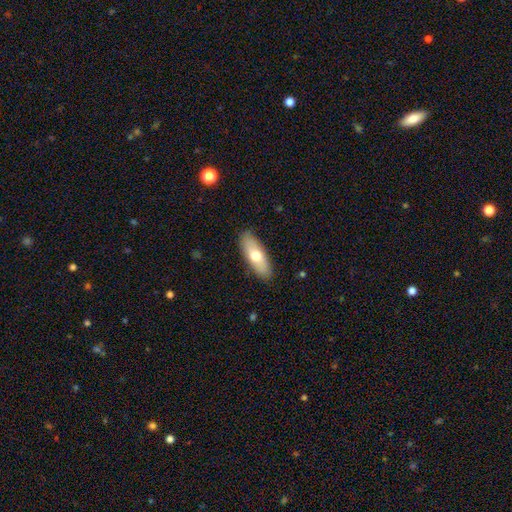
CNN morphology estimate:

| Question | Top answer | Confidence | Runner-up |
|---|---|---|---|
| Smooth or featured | smooth | 67% | featured or disk (28%) |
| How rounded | in between | 67% | cigar-shaped (30%) |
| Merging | none | 87% | minor disturbance (10%) |